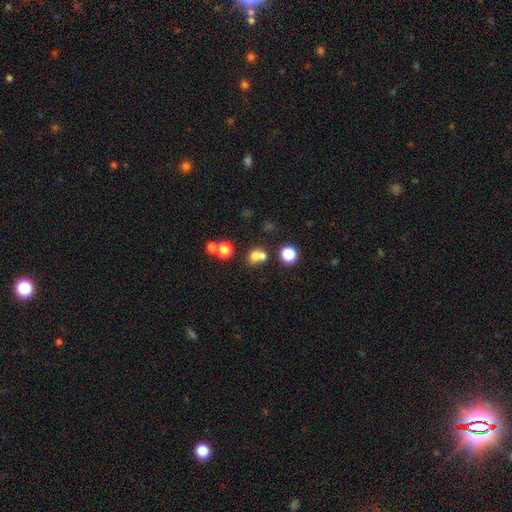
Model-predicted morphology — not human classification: smooth_or_featured: smooth (p=0.70) [alt: star or artifact p=0.18]
how_rounded: round (p=0.76) [alt: in between p=0.23]
merging: merger (p=0.46) [alt: none p=0.43]